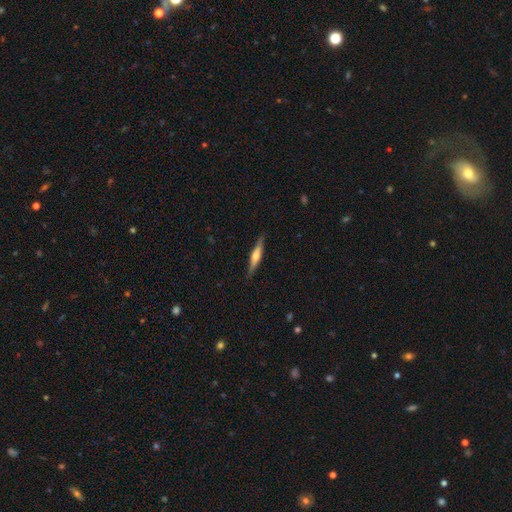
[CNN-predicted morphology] Overall: featured or disk (57%; smooth 37%). Edge-on disk: yes (95%). Edge-on bulge: rounded (81%). Merging: none (87%).